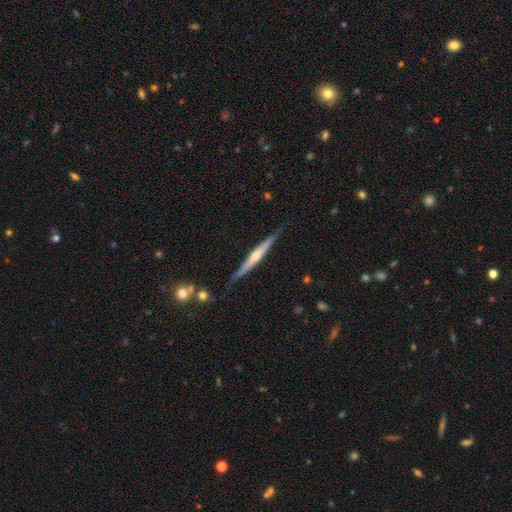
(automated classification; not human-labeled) Smooth or featured: featured or disk — 67% (smooth — 27%)
Edge-on disk: yes — 97% (no — 3%)
Edge-on bulge: rounded — 68% (none — 25%)
Merging: none — 81% (minor disturbance — 14%)